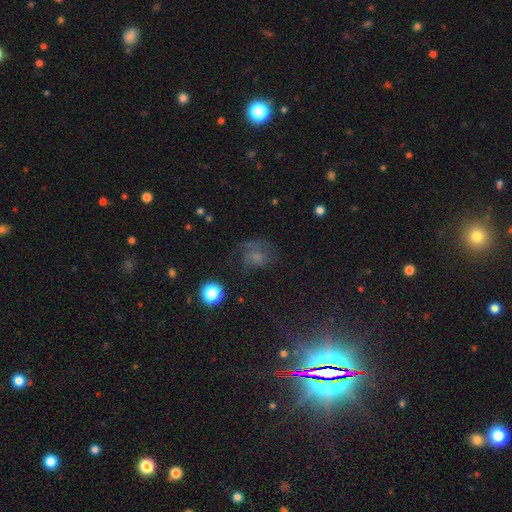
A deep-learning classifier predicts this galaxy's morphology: smooth-or-featured: smooth: 49% | featured or disk: 30% | star or artifact: 22%
  merging: none: 45% | major disturbance: 30% | minor disturbance: 22% | merger: 3%